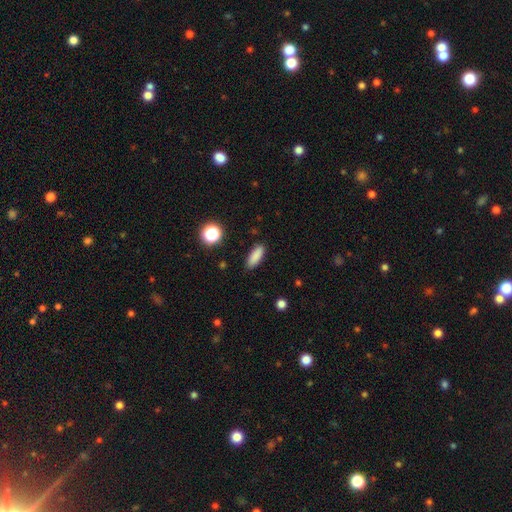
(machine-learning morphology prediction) Smooth or featured? smooth (87%)
How rounded? in between (59%)
Merging? none (89%)